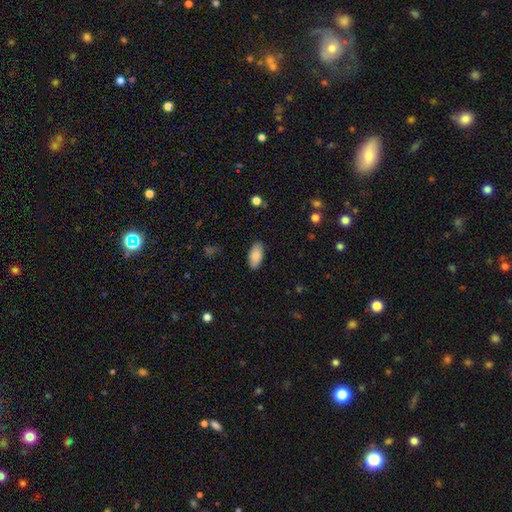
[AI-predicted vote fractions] smooth_or_featured: smooth (p=0.85) [alt: featured or disk p=0.08]
how_rounded: in between (p=0.94) [alt: cigar-shaped p=0.04]
merging: none (p=0.85) [alt: minor disturbance p=0.11]